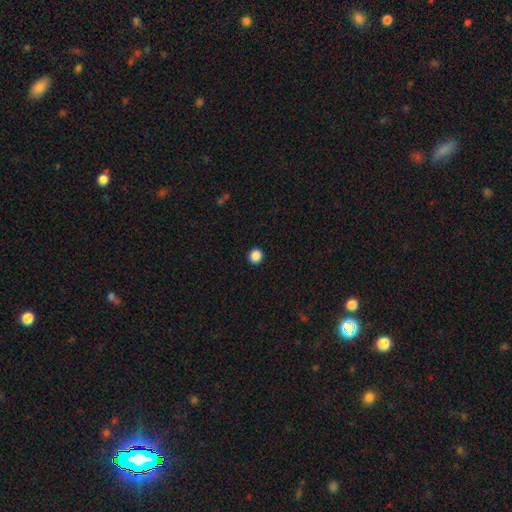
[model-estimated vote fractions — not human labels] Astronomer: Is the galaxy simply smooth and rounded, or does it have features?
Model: smooth — 87%.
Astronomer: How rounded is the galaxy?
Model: round — 92%.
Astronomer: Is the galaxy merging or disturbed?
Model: none — 93%.